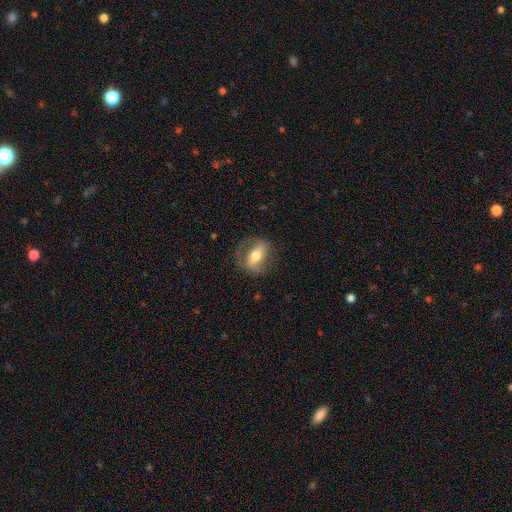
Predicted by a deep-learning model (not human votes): Overall: featured or disk (50%; smooth 42%). Edge-on disk: no (83%). Merging: none (73%).